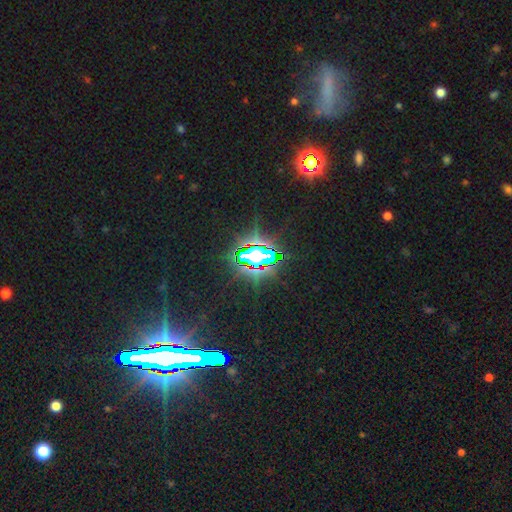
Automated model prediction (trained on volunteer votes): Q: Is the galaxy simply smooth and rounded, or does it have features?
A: star or artifact — 80%.